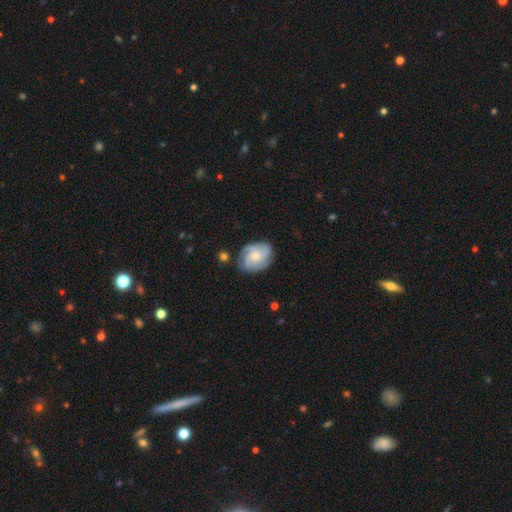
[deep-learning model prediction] Overall: featured or disk (74%). Edge-on disk: no (98%). Bar: no (70%). Spiral arms: yes (95%). Spiral arm count: 3 (44%; 4 25%). Spiral winding: tight (44%; medium 41%). Bulge size: moderate (45%; small 38%). Merging: none (77%).